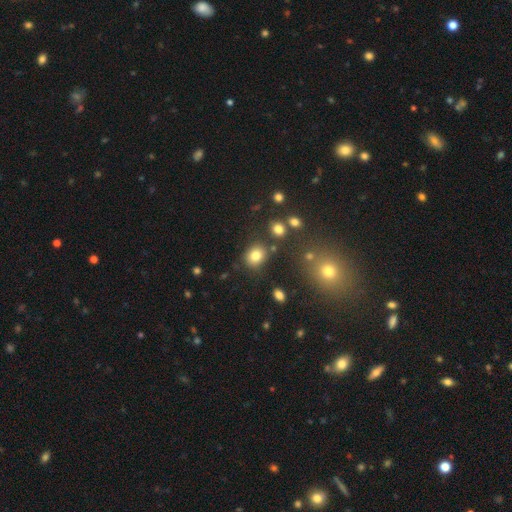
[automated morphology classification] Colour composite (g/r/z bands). It shows a smooth galaxy with no disk features (80%) that is round (58%). Merging: none (79%).